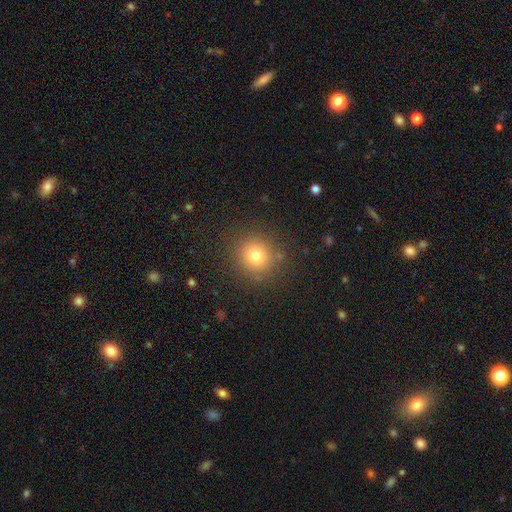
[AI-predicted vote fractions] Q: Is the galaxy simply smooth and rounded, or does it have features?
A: smooth — 77%.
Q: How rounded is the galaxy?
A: round — 89%.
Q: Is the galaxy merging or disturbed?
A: none — 86%.